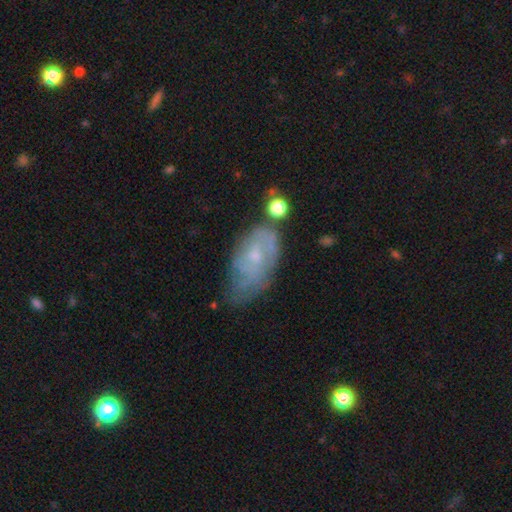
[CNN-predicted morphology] Smooth or featured? Predicted: featured or disk (p=0.64). Edge-on disk? Predicted: no (p=0.94). Bar? Predicted: no (p=0.70). Spiral arms? Predicted: yes (p=0.78). Bulge size? Predicted: small (p=0.66). Merging? Predicted: none (p=0.48).